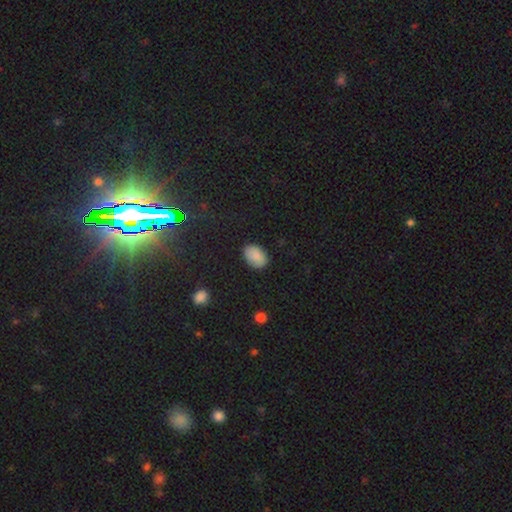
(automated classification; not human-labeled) Overall: smooth (86%). How rounded: in between (86%). Merging: none (84%).